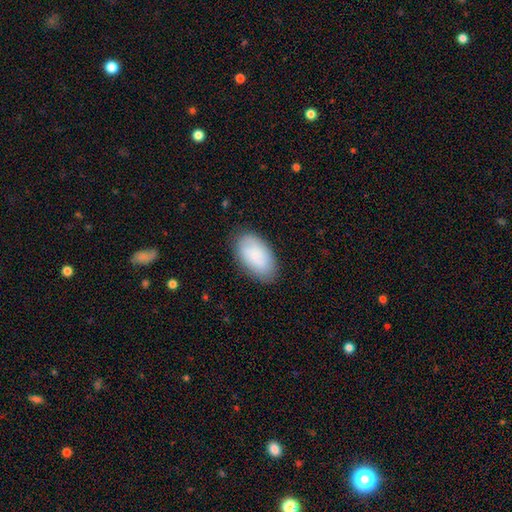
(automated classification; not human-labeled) smooth_or_featured: smooth (p=0.81) [alt: featured or disk p=0.12]
how_rounded: in between (p=0.95) [alt: round p=0.03]
merging: none (p=0.83) [alt: minor disturbance p=0.13]